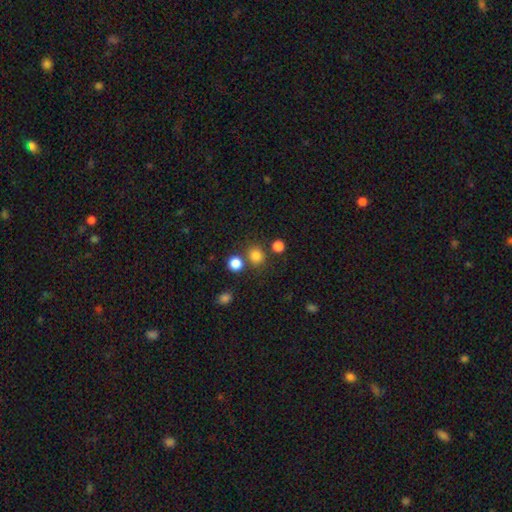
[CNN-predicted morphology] This is clearly a smooth galaxy (80%). How rounded: clearly round (87%). Merging: likely none (75%).